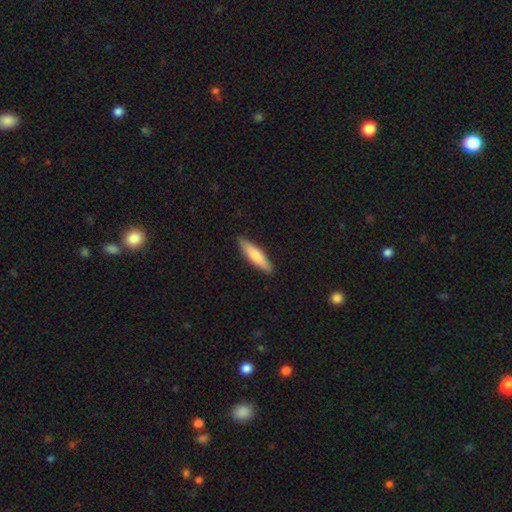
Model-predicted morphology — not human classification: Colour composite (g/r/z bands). It shows a smooth galaxy with no disk features (72%) that is cigar-shaped (74%). Merging: none (89%).